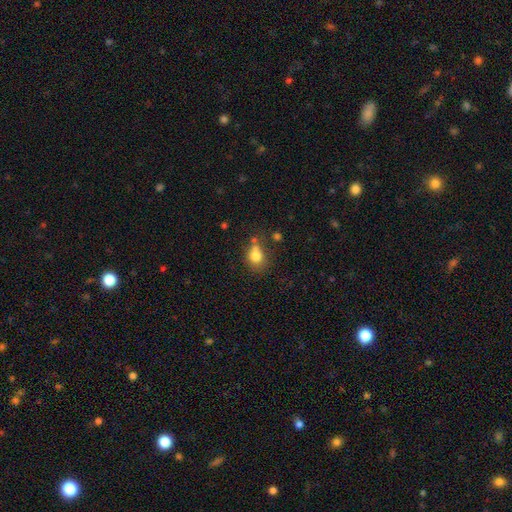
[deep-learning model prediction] Morphology: type=smooth (78%); roundness=round (65%); merging=none (51%).